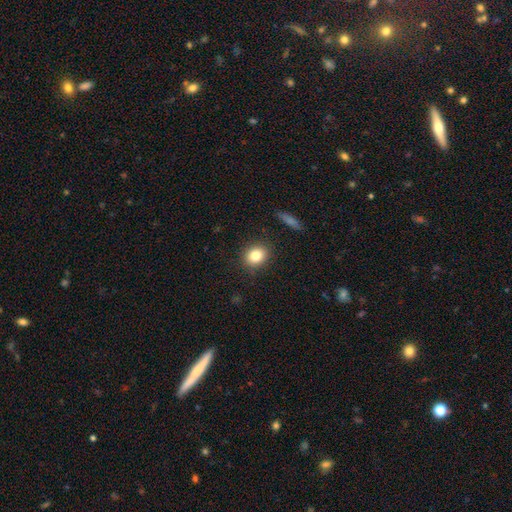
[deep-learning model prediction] Smooth or featured? Predicted: smooth (p=0.82). How rounded? Predicted: round (p=0.64). Merging? Predicted: none (p=0.88).